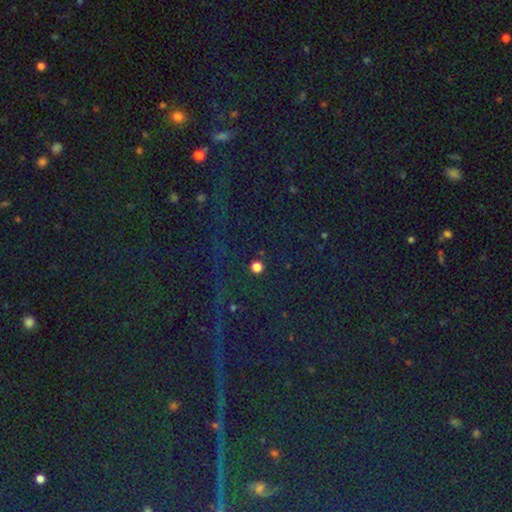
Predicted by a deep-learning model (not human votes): Smooth or featured? star or artifact (85%)